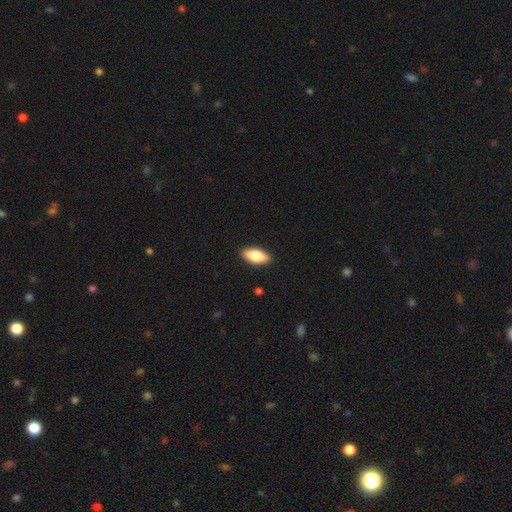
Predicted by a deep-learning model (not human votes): A smooth galaxy with no disk features (80%) that is in between round and cigar-shaped (86%).

Vote fractions:
- Smooth or featured? smooth: 80% / featured or disk: 14% / star or artifact: 6%
- How rounded? in between: 86% / cigar-shaped: 11% / round: 3%
- Merging? none: 90% / minor disturbance: 8% / major disturbance: 2% / merger: 1%